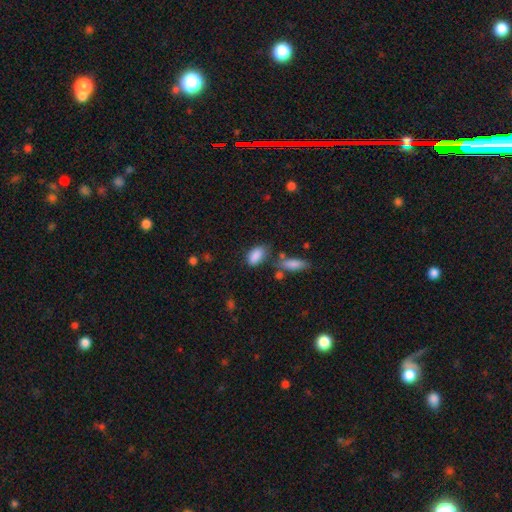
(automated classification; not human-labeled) A smooth galaxy with no disk features (88%) that is in between round and cigar-shaped (91%). Merging: none (66%).